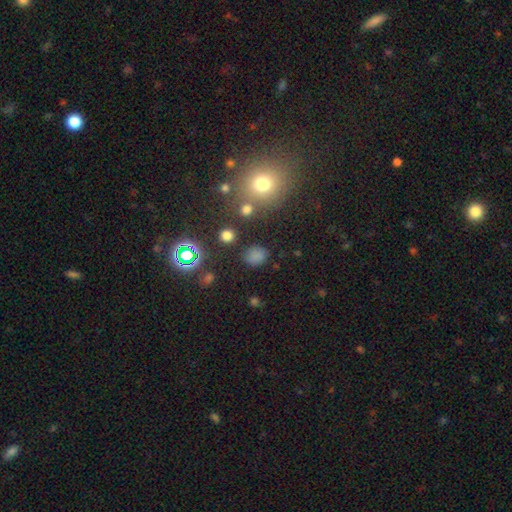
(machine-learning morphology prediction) This appears to be a smooth galaxy with no disk features (71%) that is round (55%). Merging: none (79%).